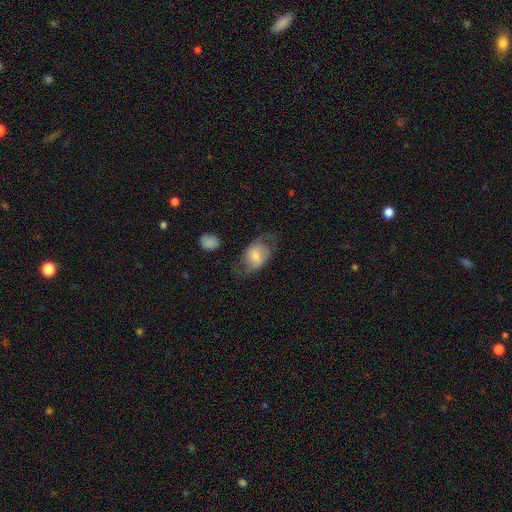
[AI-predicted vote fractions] smooth_or_featured: smooth (p=0.52) [alt: featured or disk p=0.41]
how_rounded: in between (p=0.75) [alt: round p=0.23]
merging: none (p=0.56) [alt: minor disturbance p=0.23]